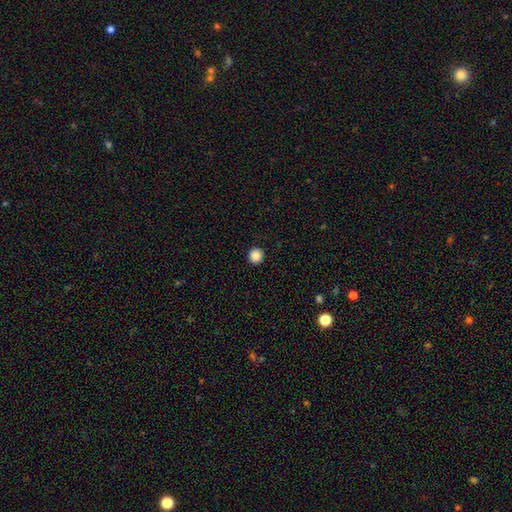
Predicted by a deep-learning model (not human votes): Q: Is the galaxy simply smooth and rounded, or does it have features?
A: smooth — 88%.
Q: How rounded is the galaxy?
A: round — 95%.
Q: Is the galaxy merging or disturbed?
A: none — 93%.